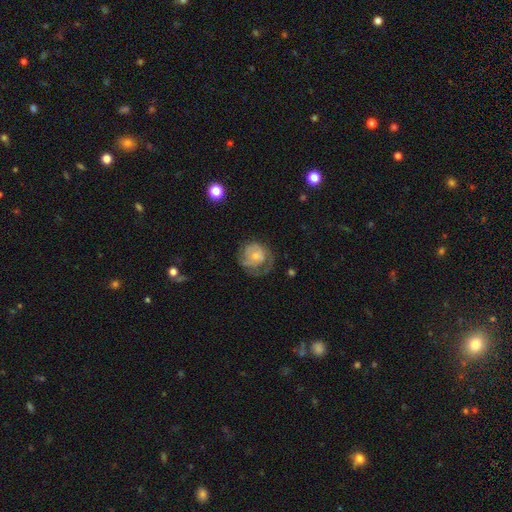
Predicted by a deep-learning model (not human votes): Smooth or featured? Predicted: featured or disk (p=0.57). Edge-on disk? Predicted: no (p=0.98). Bar? Predicted: no (p=0.77). Spiral arms? Predicted: yes (p=0.74). Bulge size? Predicted: small (p=0.60). Merging? Predicted: none (p=0.47).